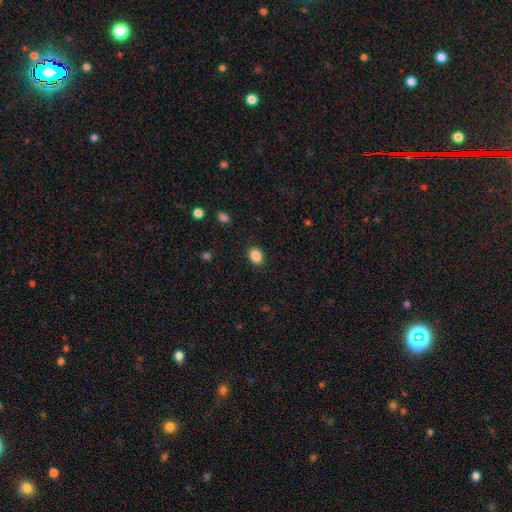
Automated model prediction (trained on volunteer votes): Smooth or featured: smooth — 87% (star or artifact — 9%)
How rounded: in between — 60% (round — 39%)
Merging: none — 88% (minor disturbance — 8%)